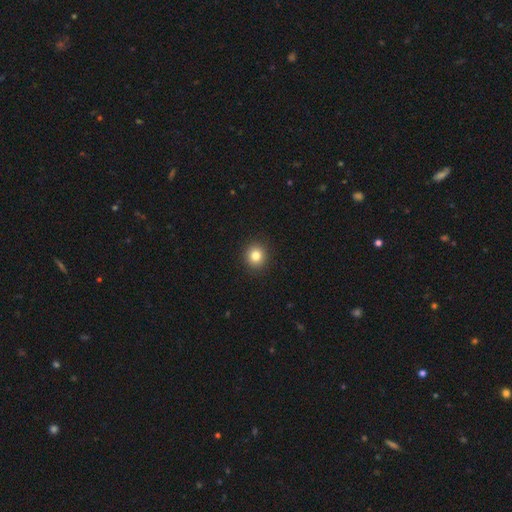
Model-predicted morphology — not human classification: Smooth or featured? smooth (82%)
How rounded? round (88%)
Merging? none (92%)